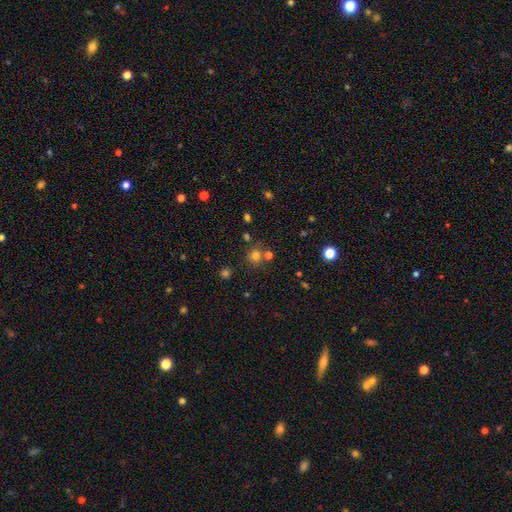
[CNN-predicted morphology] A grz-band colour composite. It shows a smooth galaxy with no disk features (72%) that is round (91%). Merging: none (73%).